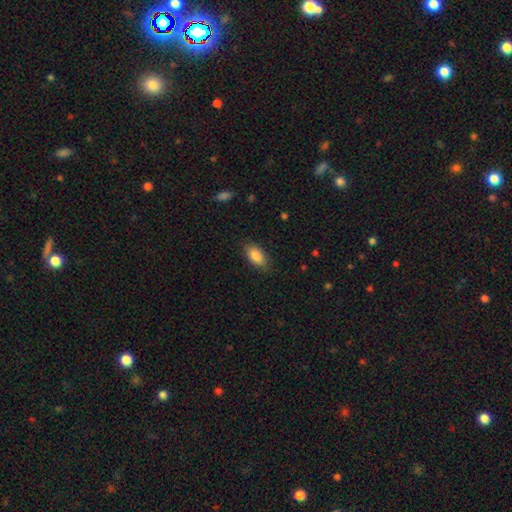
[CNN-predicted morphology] This is clearly a smooth galaxy (87%). How rounded: clearly in between (92%). Merging: clearly none (84%).